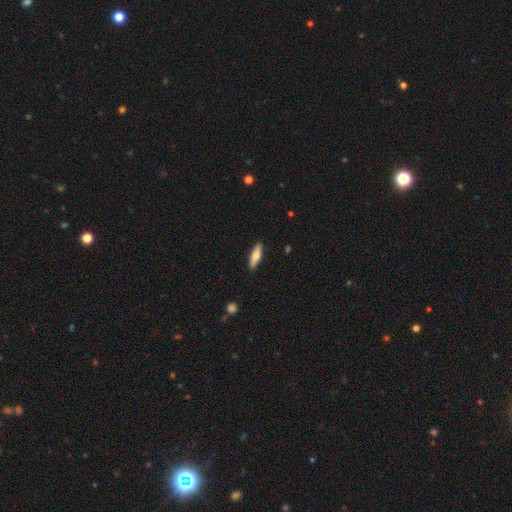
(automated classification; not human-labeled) This appears to be a smooth galaxy with no disk features (75%) that is cigar-shaped (56%). Merging: none (89%).